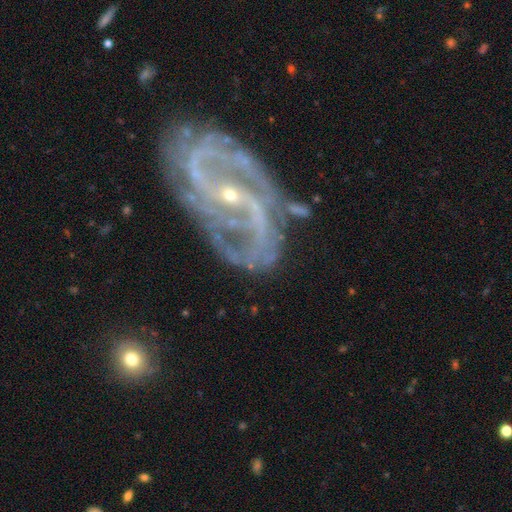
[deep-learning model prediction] Smooth or featured: featured or disk — 91% (star or artifact — 6%)
Edge-on disk: no — 97% (yes — 3%)
Bar: strong — 43% (weak — 32%)
Spiral arms: yes — 97% (no — 3%)
Spiral winding: medium — 50% (tight — 30%)
Spiral arm count: 2 — 65% (3 — 12%)
Bulge size: small — 84% (moderate — 13%)
Merging: none — 58% (minor disturbance — 22%)